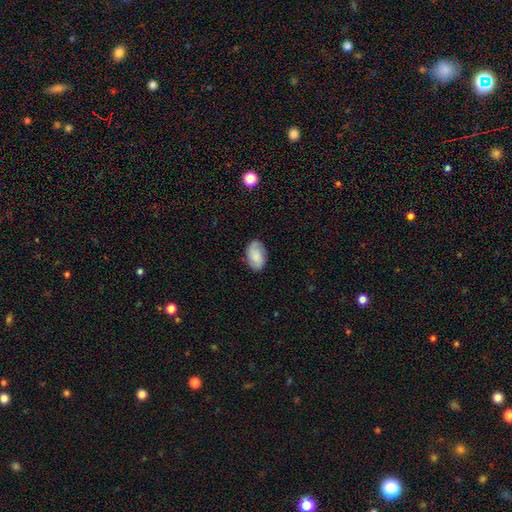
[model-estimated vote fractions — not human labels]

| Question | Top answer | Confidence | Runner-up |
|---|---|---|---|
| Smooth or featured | smooth | 78% | featured or disk (15%) |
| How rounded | in between | 92% | round (6%) |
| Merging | none | 82% | minor disturbance (14%) |